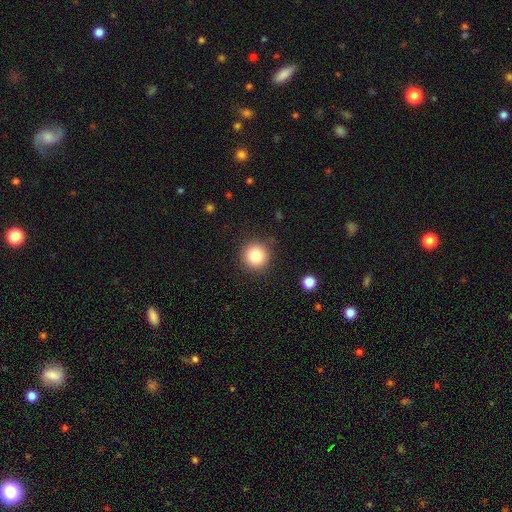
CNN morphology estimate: This appears to be a smooth galaxy with no disk features (82%) that is round (94%). Merging: none (88%).